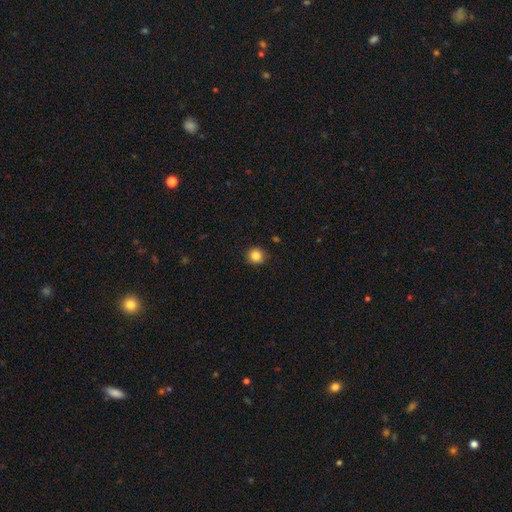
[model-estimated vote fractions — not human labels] This appears to be a smooth galaxy with no disk features (85%) that is round (92%). Merging: none (90%).